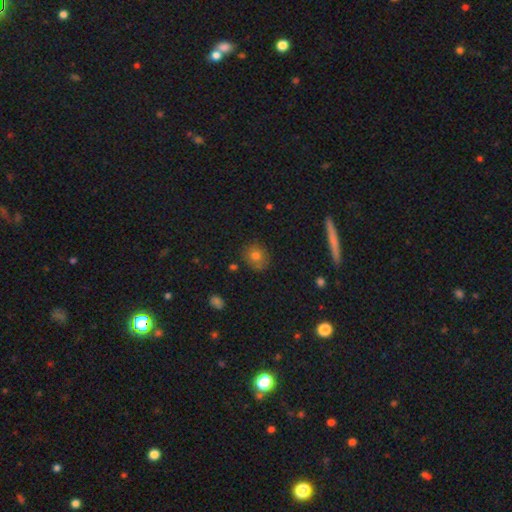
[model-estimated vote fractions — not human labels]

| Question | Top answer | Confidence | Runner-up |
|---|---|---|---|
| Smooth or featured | smooth | 74% | featured or disk (14%) |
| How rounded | round | 78% | in between (20%) |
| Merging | none | 83% | minor disturbance (11%) |